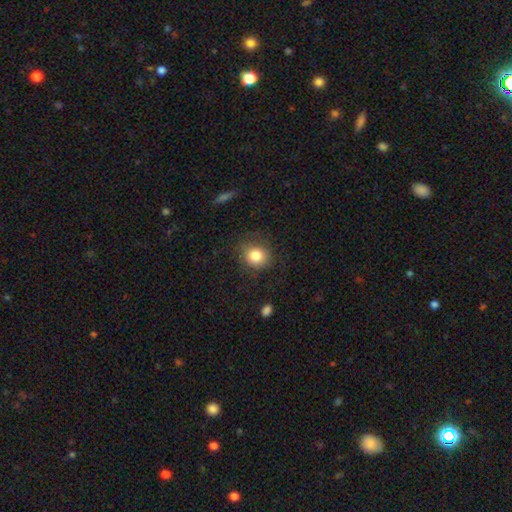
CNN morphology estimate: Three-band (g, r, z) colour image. It shows a smooth galaxy with no disk features (83%) that is round (79%). Merging: none (79%).